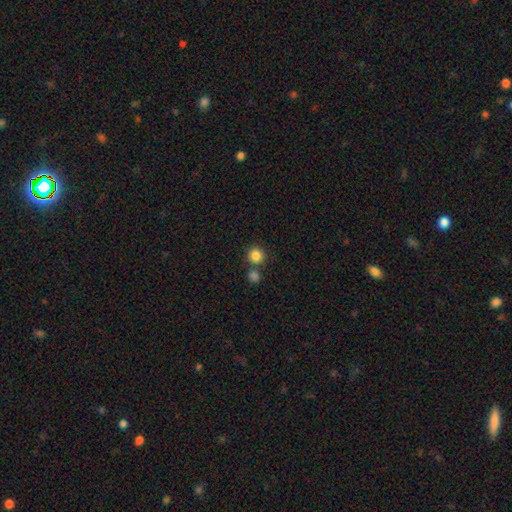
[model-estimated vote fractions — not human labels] Morphology: type=smooth (84%); roundness=round (93%); merging=none (71%).